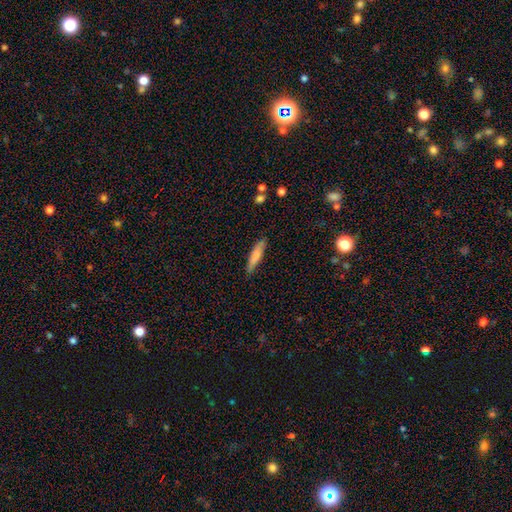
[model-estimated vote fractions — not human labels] Q: Smooth or featured?
A: smooth (78%); runner-up: featured or disk (16%)
Q: How rounded?
A: cigar-shaped (82%); runner-up: in between (17%)
Q: Merging?
A: none (83%); runner-up: minor disturbance (13%)